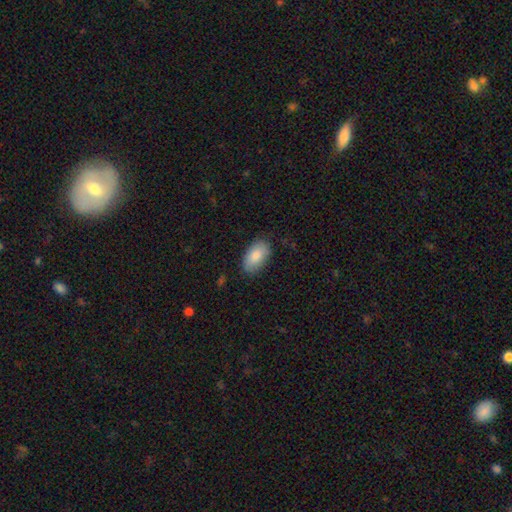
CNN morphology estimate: This appears to be a smooth galaxy with no disk features (85%) that is in between round and cigar-shaped (94%). Merging: none (83%).